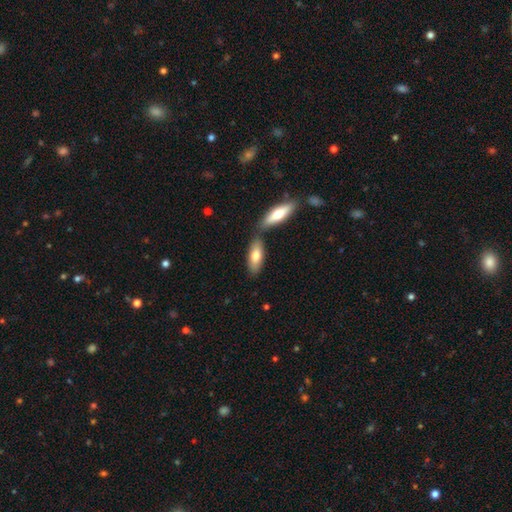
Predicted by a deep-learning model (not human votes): Overall: smooth (75%). How rounded: in between (72%). Merging: none (65%).